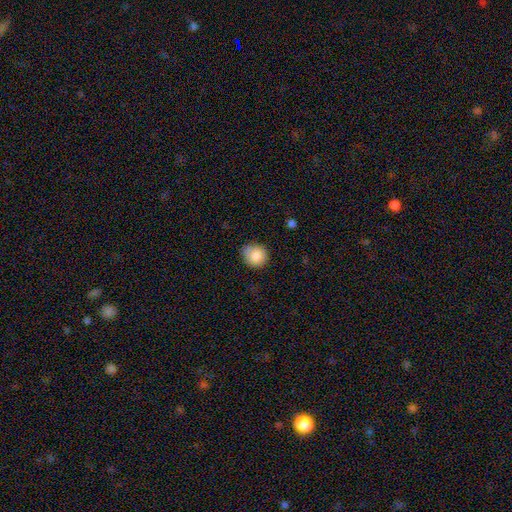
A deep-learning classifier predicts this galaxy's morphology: This is clearly a smooth galaxy (86%). How rounded: likely round (78%). Merging: likely none (68%).